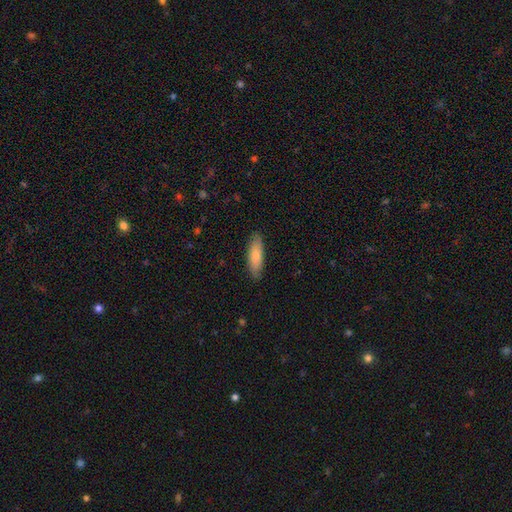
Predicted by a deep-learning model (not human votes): The model was most divided on "how rounded": in between: 52%, cigar-shaped: 46%, round: 2%. More confident: merging — none (87%); smooth or featured — smooth (79%).